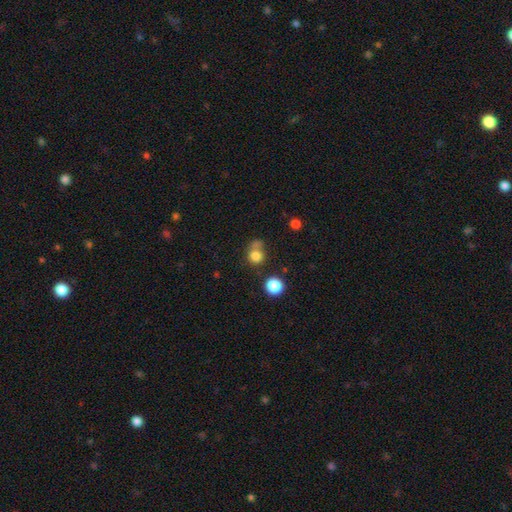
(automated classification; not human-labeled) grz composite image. It shows a smooth galaxy with no disk features (79%) that is round (78%). Merging: none (46%).